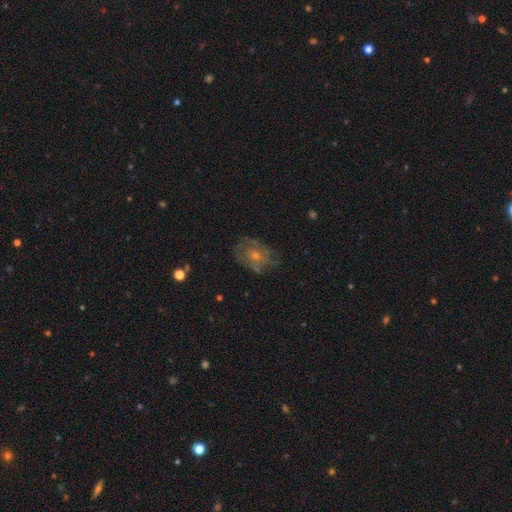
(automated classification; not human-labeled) This is possibly a featured or disk galaxy (60%). It is clearly not viewed edge-on (96%). Bar: clearly no (82%). Spiral arm pattern: likely yes (64%). Central bulge: possibly small (50%). Merging: likely none (70%).